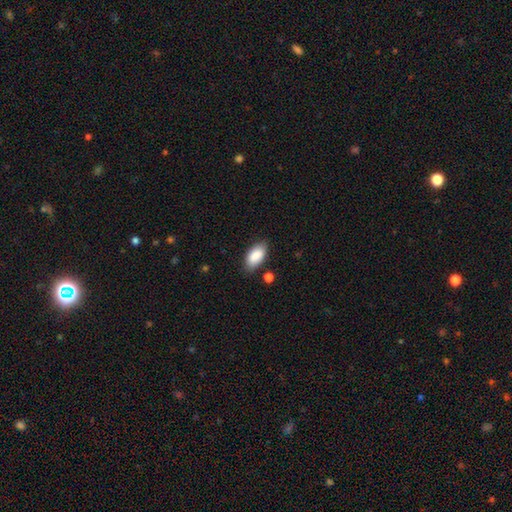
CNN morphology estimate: smooth_or_featured: smooth (p=0.87) [alt: featured or disk p=0.07]
how_rounded: in between (p=0.93) [alt: cigar-shaped p=0.05]
merging: none (p=0.79) [alt: minor disturbance p=0.15]